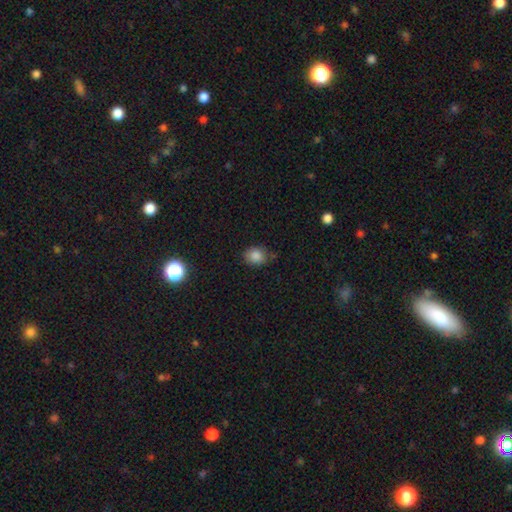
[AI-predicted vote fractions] A smooth galaxy with no disk features (84%) that is round (55%). Merging: none (75%).